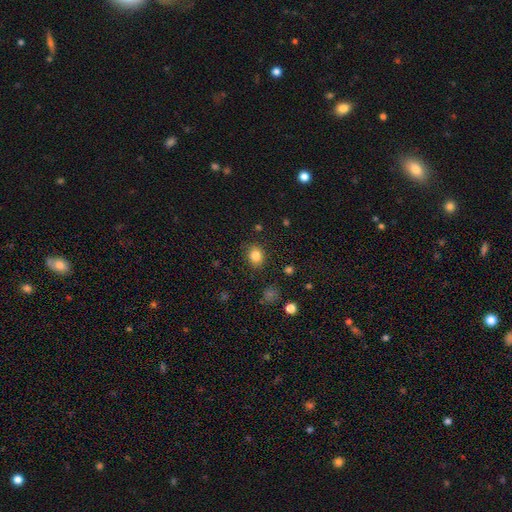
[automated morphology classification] type=smooth (83%); roundness=round (61%); merging=none (85%).